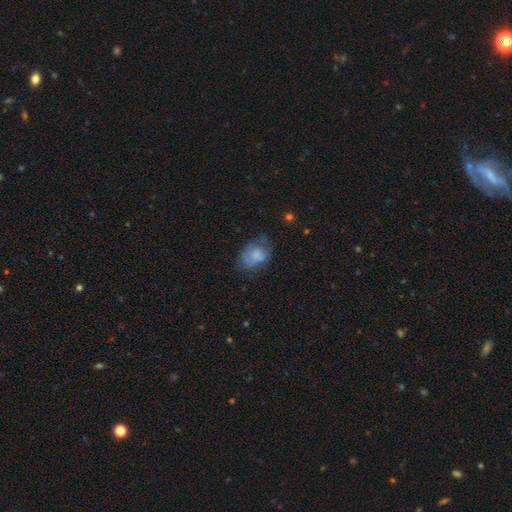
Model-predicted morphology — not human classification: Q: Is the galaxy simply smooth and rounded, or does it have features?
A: smooth — 62%.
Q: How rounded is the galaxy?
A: in between — 77%.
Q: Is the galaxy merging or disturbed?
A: none — 45%.